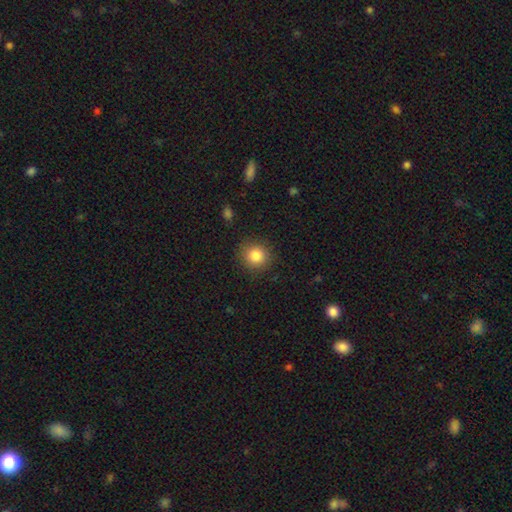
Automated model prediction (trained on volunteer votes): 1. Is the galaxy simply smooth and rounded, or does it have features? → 84% smooth, 10% star or artifact, 5% featured or disk.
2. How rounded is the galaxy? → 91% round, 8% in between, 1% cigar-shaped.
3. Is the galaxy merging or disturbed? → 89% none, 7% minor disturbance, 3% major disturbance, 1% merger.